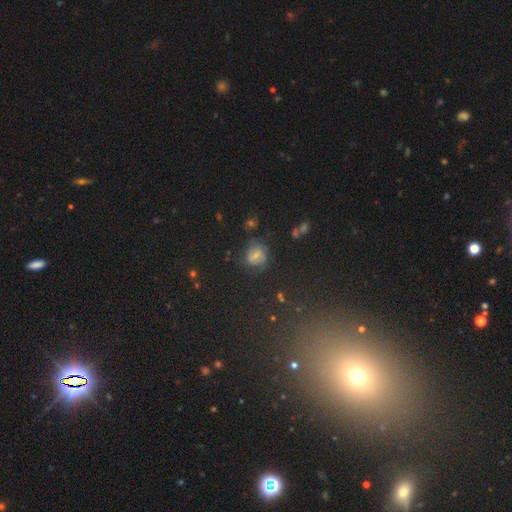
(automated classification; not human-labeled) Smooth or featured? smooth (49%)
Merging? none (65%)